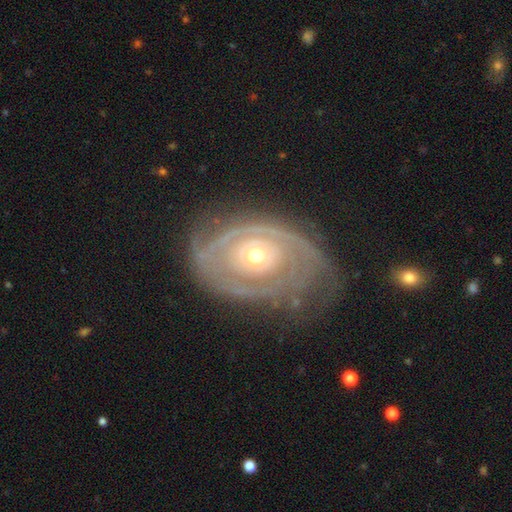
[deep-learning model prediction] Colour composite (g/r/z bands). It shows a featured or disk galaxy (85%) with no bar (83%), tight (76%) spiral arms (84%) and a small central bulge (49%). Merging: none (66%).